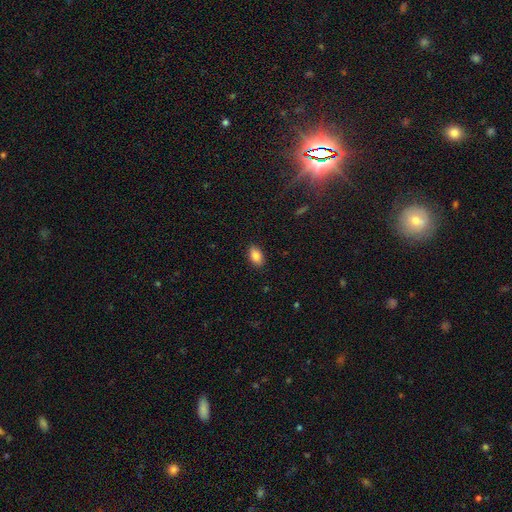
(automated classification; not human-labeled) This is clearly a smooth galaxy (85%). How rounded: clearly in between (91%). Merging: clearly none (89%).